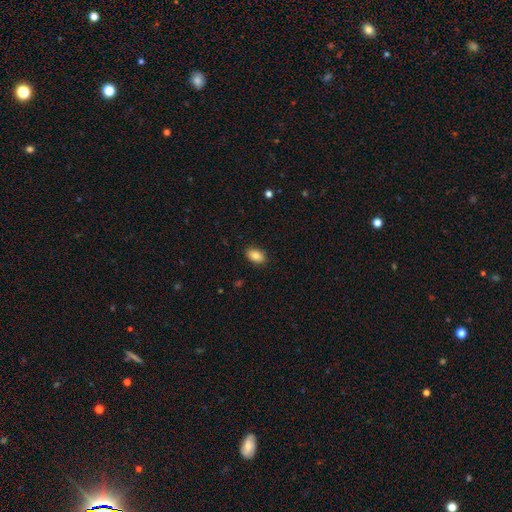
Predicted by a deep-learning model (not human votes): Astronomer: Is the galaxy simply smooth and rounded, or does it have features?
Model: smooth — 84%.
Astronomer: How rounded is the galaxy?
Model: in between — 90%.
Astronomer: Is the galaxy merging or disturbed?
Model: none — 88%.